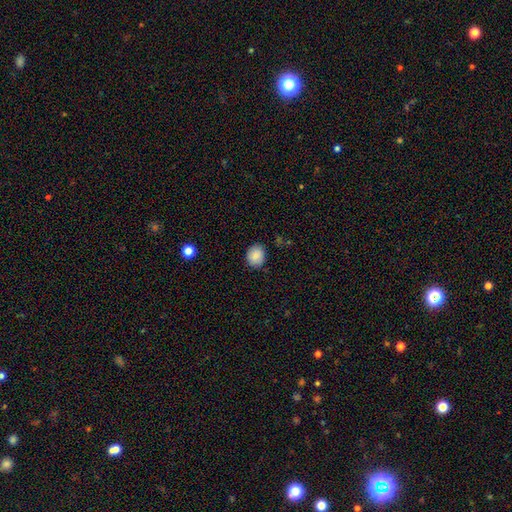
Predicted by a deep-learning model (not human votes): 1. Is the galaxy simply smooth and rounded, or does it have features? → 87% smooth, 8% star or artifact, 4% featured or disk.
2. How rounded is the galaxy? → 65% round, 34% in between, 1% cigar-shaped.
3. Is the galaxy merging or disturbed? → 83% none, 13% minor disturbance, 2% major disturbance, 1% merger.